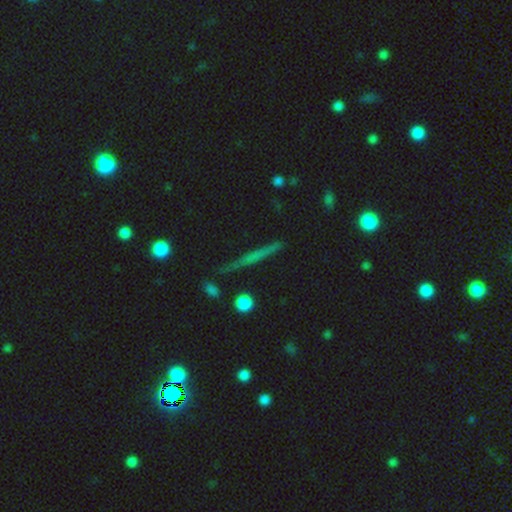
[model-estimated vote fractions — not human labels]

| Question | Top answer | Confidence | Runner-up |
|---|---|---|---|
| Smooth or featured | featured or disk | 53% | smooth (37%) |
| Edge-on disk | yes | 96% | no (4%) |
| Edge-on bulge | none | 75% | rounded (18%) |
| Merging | none | 89% | minor disturbance (7%) |